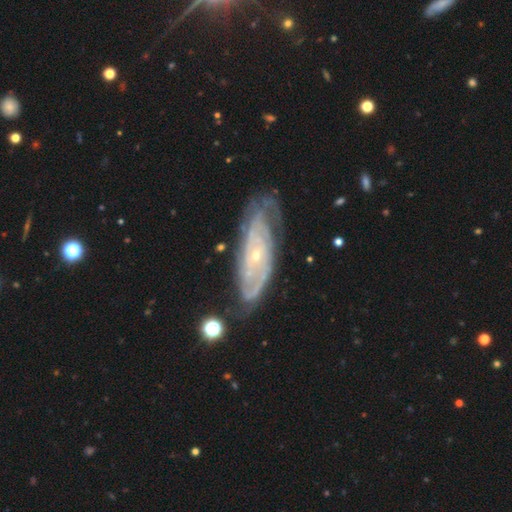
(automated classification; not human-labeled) Smooth or featured: featured or disk — 85% (smooth — 9%)
Edge-on disk: no — 89% (yes — 11%)
Bar: no — 74% (weak — 19%)
Spiral arms: yes — 93% (no — 7%)
Spiral winding: tight — 72% (medium — 23%)
Spiral arm count: can't tell — 41% (2 — 26%)
Bulge size: small — 82% (moderate — 15%)
Merging: none — 72% (minor disturbance — 19%)